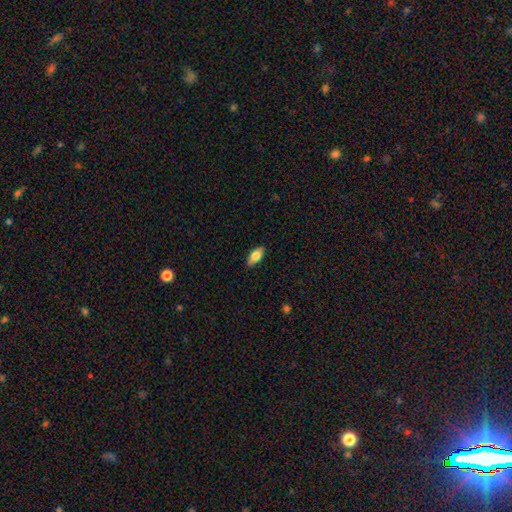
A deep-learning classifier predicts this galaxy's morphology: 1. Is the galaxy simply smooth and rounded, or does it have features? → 80% smooth, 14% featured or disk, 7% star or artifact.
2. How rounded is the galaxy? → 88% in between, 9% cigar-shaped, 3% round.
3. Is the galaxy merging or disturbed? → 87% none, 10% minor disturbance, 2% major disturbance, 1% merger.